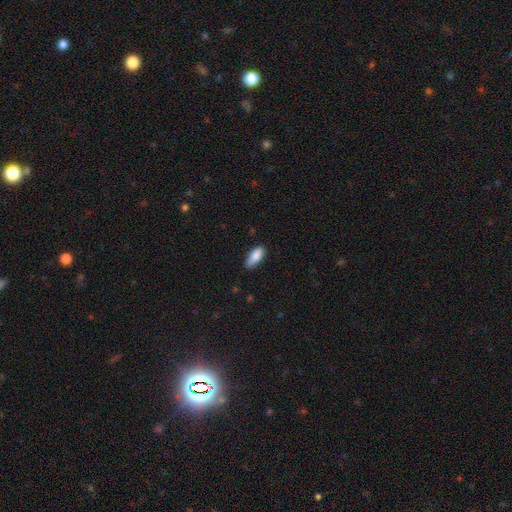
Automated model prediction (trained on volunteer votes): A smooth galaxy with no disk features (87%) that is in between round and cigar-shaped (81%). Merging: none (73%).